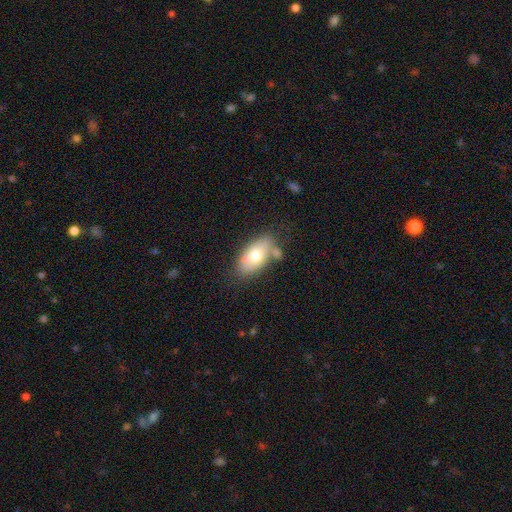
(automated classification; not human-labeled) This is likely a smooth galaxy (67%). How rounded: clearly in between (92%). Merging: likely none (61%).